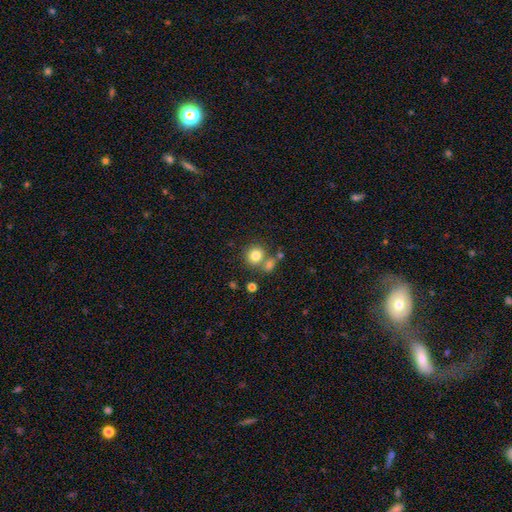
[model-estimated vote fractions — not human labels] smooth_or_featured: smooth (p=0.80) [alt: star or artifact p=0.11]
how_rounded: round (p=0.86) [alt: in between p=0.13]
merging: none (p=0.62) [alt: merger p=0.25]